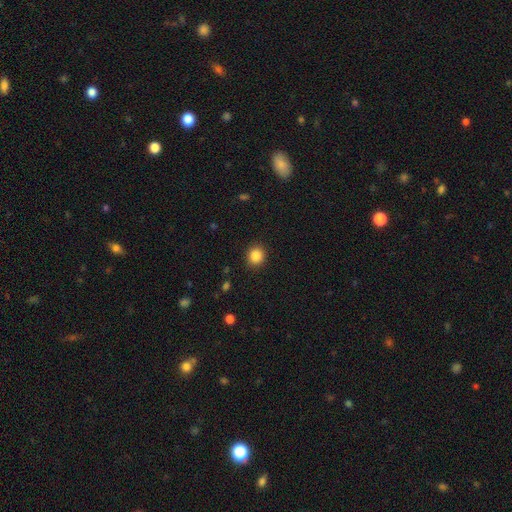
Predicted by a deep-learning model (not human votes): A smooth galaxy with no disk features (86%) that is round (85%).

Vote fractions:
- Smooth or featured? smooth: 86% / star or artifact: 10% / featured or disk: 4%
- How rounded? round: 85% / in between: 14% / cigar-shaped: 1%
- Merging? none: 91% / minor disturbance: 6% / major disturbance: 2% / merger: 1%